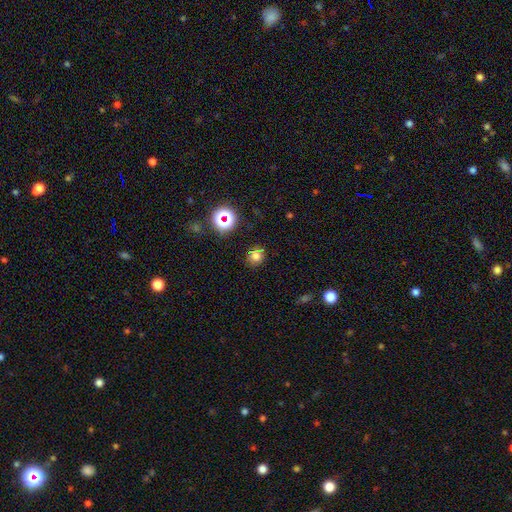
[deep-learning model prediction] The model was most divided on "smooth or featured": smooth: 69%, star or artifact: 22%, featured or disk: 10%. More confident: merging — none (77%); how rounded — round (76%).